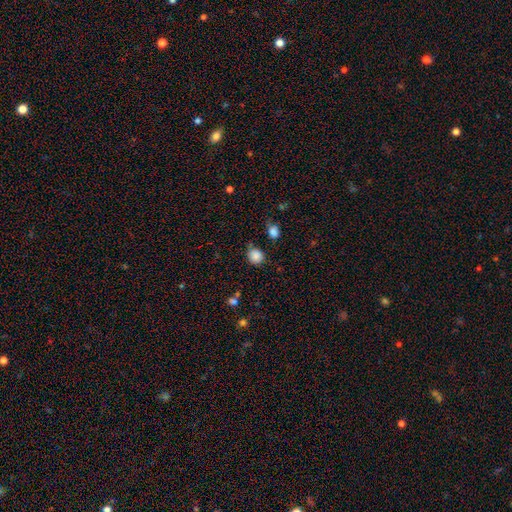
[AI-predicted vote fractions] smooth 85%, star or artifact 11%, featured or disk 4%. Down the decision tree: how rounded — round (84%); merging — none (71%).